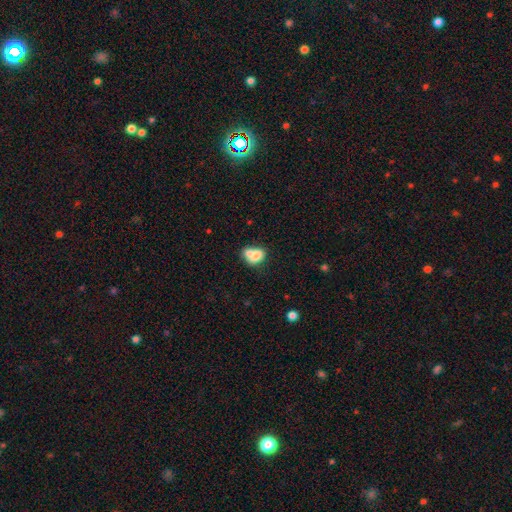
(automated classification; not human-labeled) A smooth galaxy with no disk features (70%) that is in between round and cigar-shaped (62%). Merging: merger (61%).